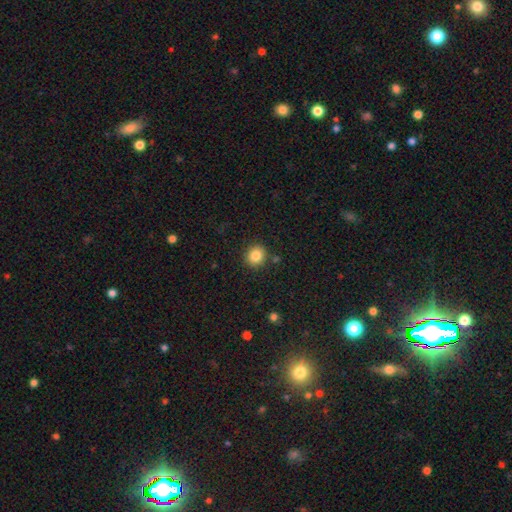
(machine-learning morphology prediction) The model was most divided on "how rounded": round: 79%, in between: 20%, cigar-shaped: 1%. More confident: merging — none (86%); smooth or featured — smooth (84%).